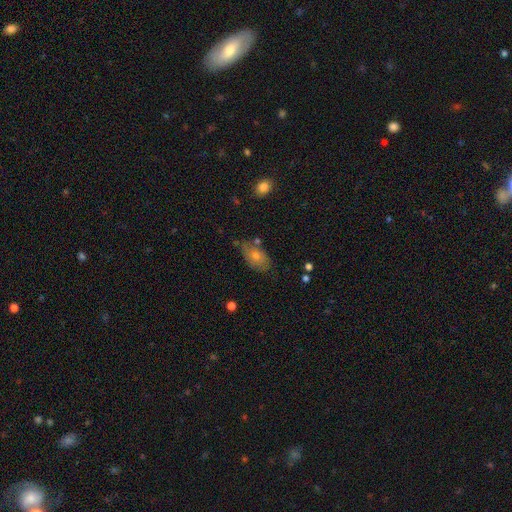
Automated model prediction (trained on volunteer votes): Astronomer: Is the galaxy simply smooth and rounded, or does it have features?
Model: smooth — 57%.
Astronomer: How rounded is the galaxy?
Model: in between — 86%.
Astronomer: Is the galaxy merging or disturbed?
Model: none — 63%.